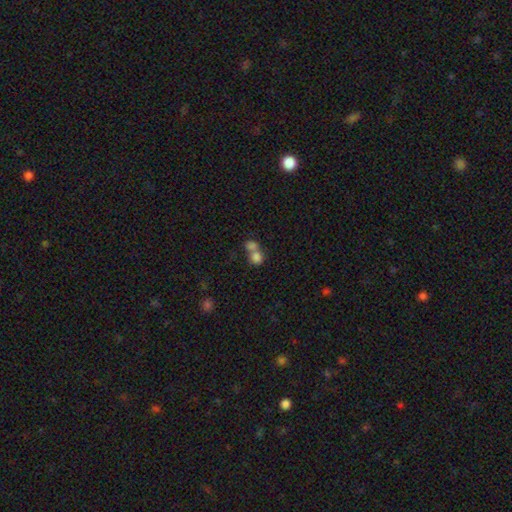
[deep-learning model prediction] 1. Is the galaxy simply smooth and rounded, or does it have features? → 78% smooth, 11% star or artifact, 11% featured or disk.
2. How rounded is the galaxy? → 67% round, 32% in between, 1% cigar-shaped.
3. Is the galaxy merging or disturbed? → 64% merger, 26% none, 5% minor disturbance, 4% major disturbance.